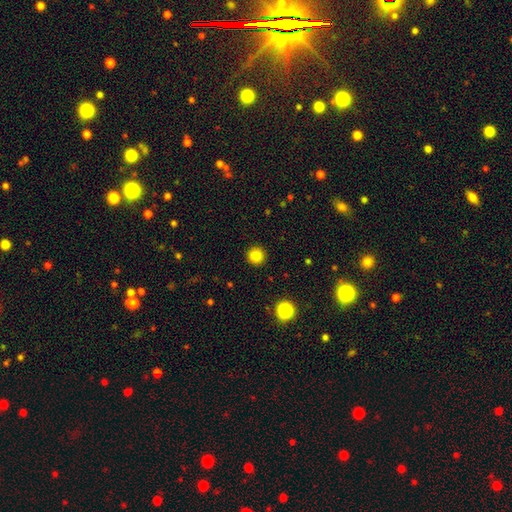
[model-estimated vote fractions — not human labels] Smooth or featured: smooth — 85% (star or artifact — 12%)
How rounded: round — 94% (in between — 6%)
Merging: none — 91% (minor disturbance — 5%)